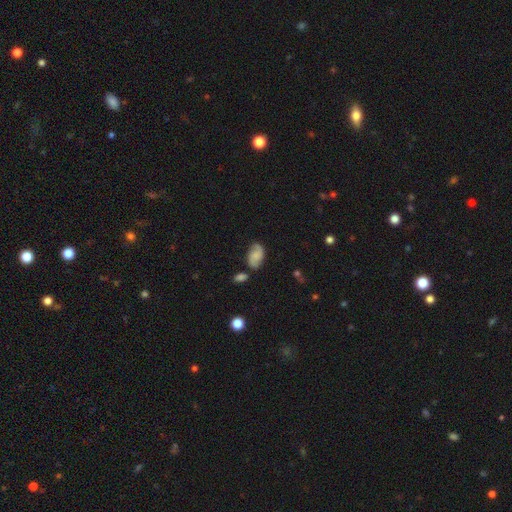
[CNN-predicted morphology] Smooth or featured?
  - smooth: 49% *
  - featured or disk: 42%
  - star or artifact: 9%
Merging?
  - none: 67% *
  - minor disturbance: 21%
  - merger: 7%
  - major disturbance: 6%